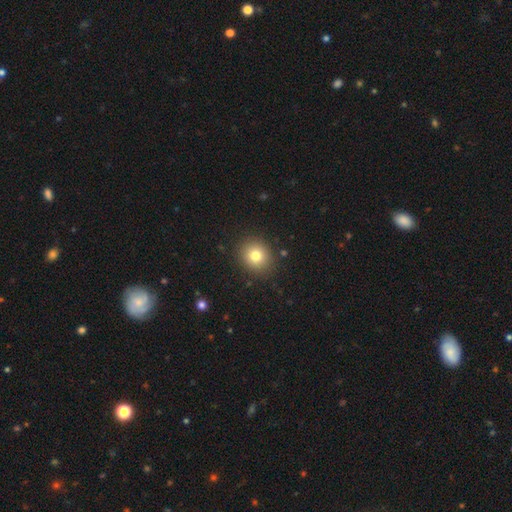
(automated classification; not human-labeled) smooth 78%, star or artifact 12%, featured or disk 10%. Down the decision tree: how rounded — round (81%); merging — none (89%).